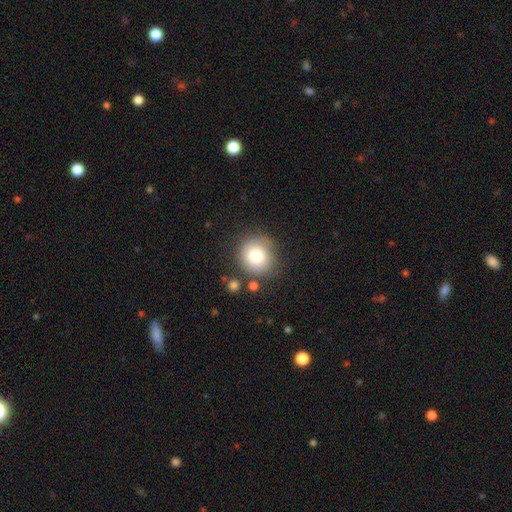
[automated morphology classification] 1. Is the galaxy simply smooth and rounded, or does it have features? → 79% smooth, 12% featured or disk, 9% star or artifact.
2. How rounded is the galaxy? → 90% round, 9% in between, 1% cigar-shaped.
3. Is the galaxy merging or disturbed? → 77% none, 13% minor disturbance, 5% major disturbance, 5% merger.